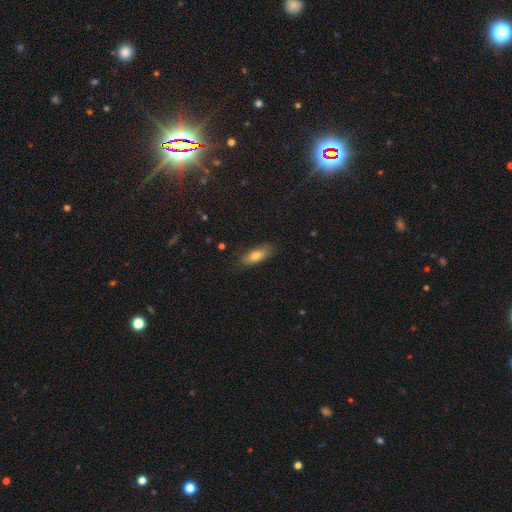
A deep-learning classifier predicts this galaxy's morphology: type=smooth (76%); roundness=in between (71%); merging=none (80%).